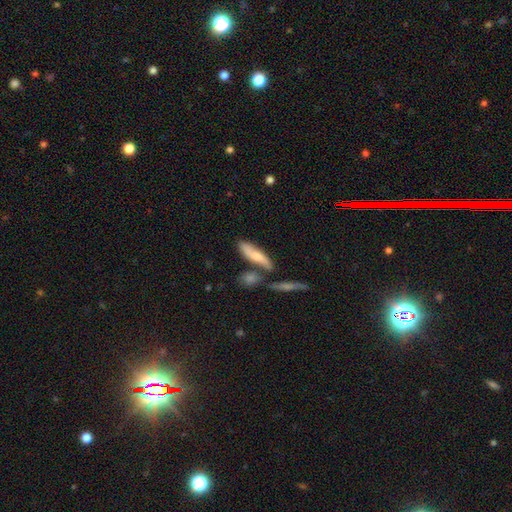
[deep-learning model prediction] Smooth or featured?
  - smooth: 58% *
  - featured or disk: 35%
  - star or artifact: 7%
How rounded?
  - cigar-shaped: 60% *
  - in between: 37%
  - round: 3%
Merging?
  - none: 54% *
  - merger: 23%
  - minor disturbance: 17%
  - major disturbance: 6%